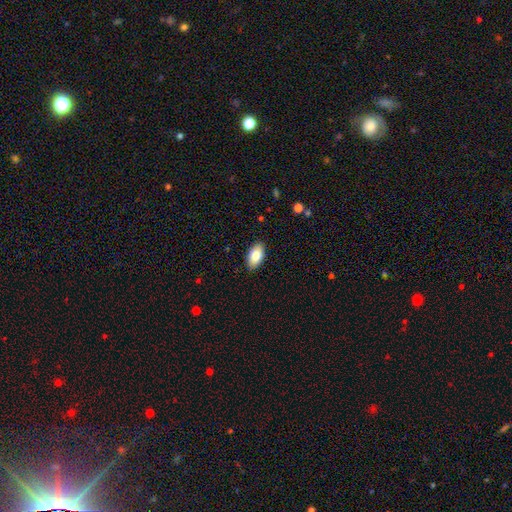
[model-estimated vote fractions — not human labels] Overall: smooth (84%). How rounded: in between (94%). Merging: none (88%).